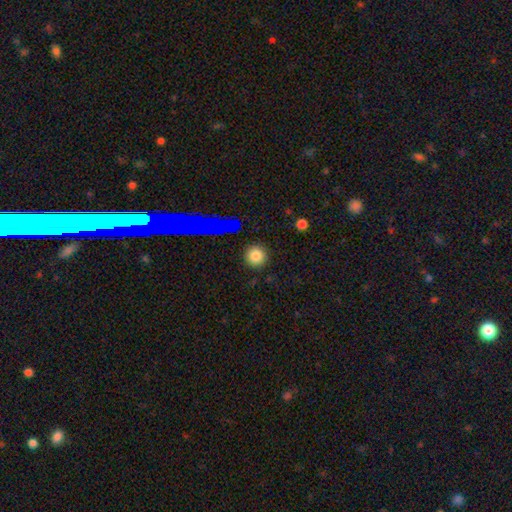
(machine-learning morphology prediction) smooth_or_featured: smooth (p=0.80) [alt: star or artifact p=0.14]
how_rounded: round (p=0.94) [alt: in between p=0.05]
merging: none (p=0.90) [alt: minor disturbance p=0.06]